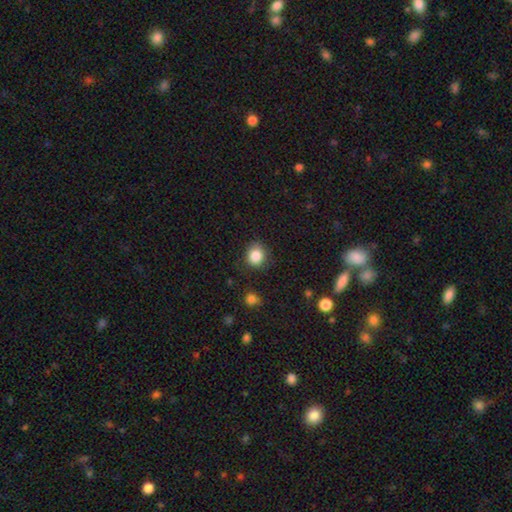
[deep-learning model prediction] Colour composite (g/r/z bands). It shows a smooth galaxy with no disk features (85%) that is round (78%). Merging: none (82%).